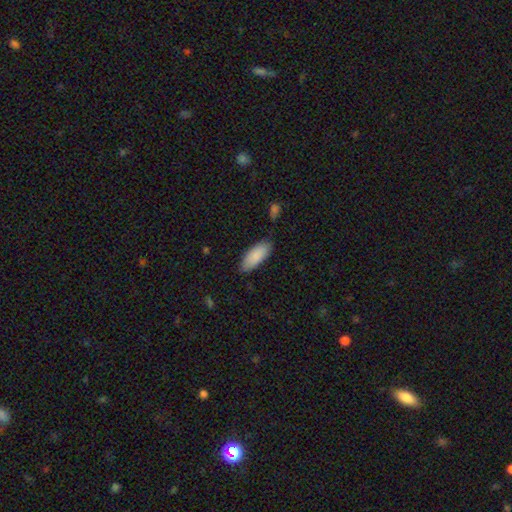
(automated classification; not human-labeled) Q: Smooth or featured?
A: smooth (89%); runner-up: featured or disk (6%)
Q: How rounded?
A: in between (81%); runner-up: cigar-shaped (18%)
Q: Merging?
A: none (78%); runner-up: minor disturbance (16%)